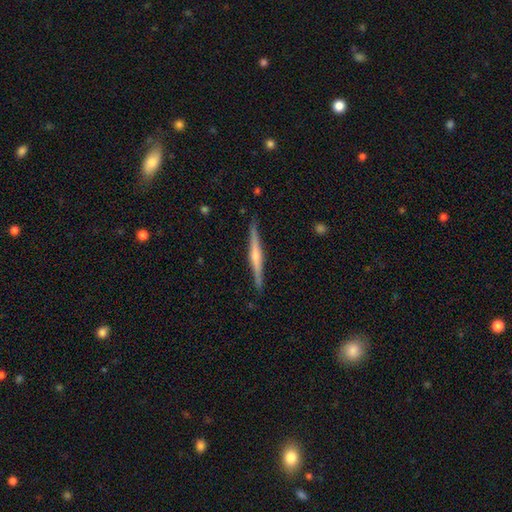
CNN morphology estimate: smooth-or-featured: featured or disk: 72% | smooth: 22% | star or artifact: 6%
  disk-edge-on: yes: 98% | no: 2%
    edge-on-bulge: rounded: 70% | none: 17% | boxy: 13%
  merging: none: 90% | minor disturbance: 7% | major disturbance: 1% | merger: 1%